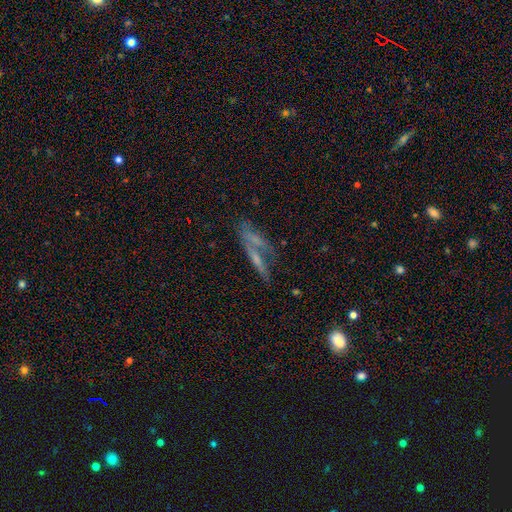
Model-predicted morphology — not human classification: This is possibly a featured or disk galaxy (49%). Merging: marginally none (42%).